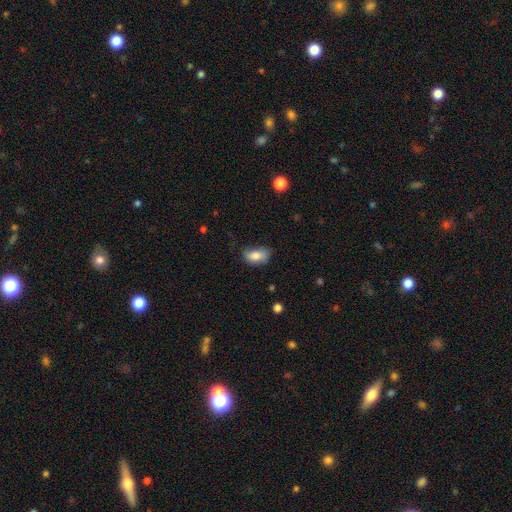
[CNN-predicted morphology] smooth-or-featured: smooth: 81% | featured or disk: 11% | star or artifact: 7%
  how-rounded: in between: 91% | round: 6% | cigar-shaped: 3%
  merging: none: 59% | minor disturbance: 31% | major disturbance: 8% | merger: 2%